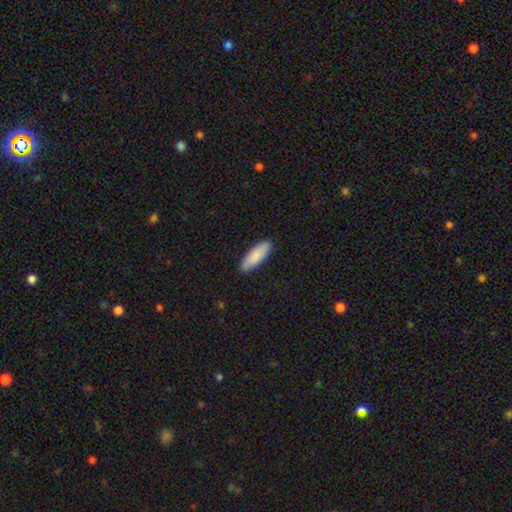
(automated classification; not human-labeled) Overall: smooth (87%). How rounded: in between (61%; cigar-shaped 37%). Merging: none (88%).